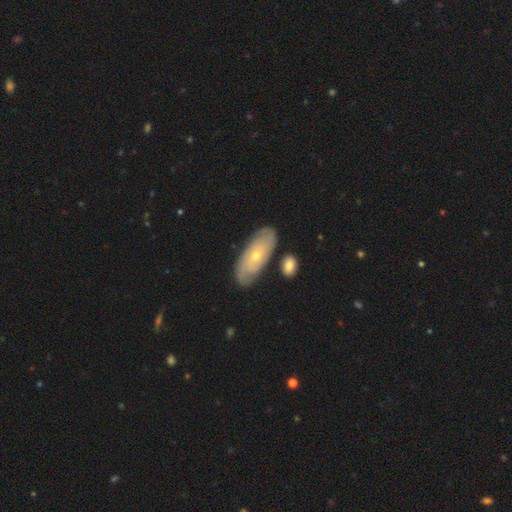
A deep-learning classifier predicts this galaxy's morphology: smooth-or-featured: featured or disk: 66% | smooth: 28% | star or artifact: 6%
  disk-edge-on: no: 88% | yes: 12%
    bar: no: 82% | weak: 15% | strong: 3%
    has-spiral-arms: yes: 80% | no: 20%
    bulge-size: small: 63% | moderate: 34% | large: 1% | none: 1% | dominant: 1%
  merging: none: 78% | minor disturbance: 13% | merger: 6% | major disturbance: 3%